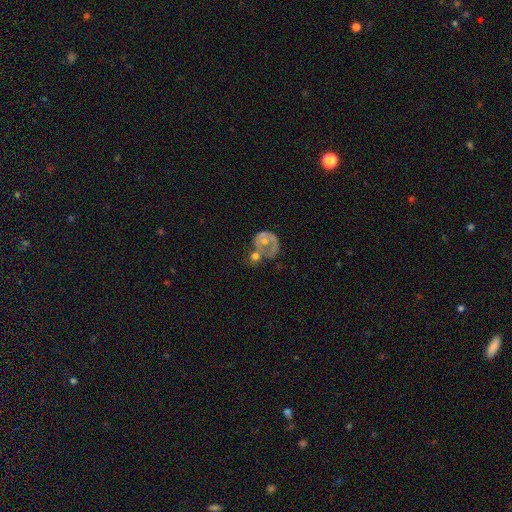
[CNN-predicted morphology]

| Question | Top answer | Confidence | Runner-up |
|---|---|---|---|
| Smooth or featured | featured or disk | 48% | smooth (43%) |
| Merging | merger | 45% | none (26%) |